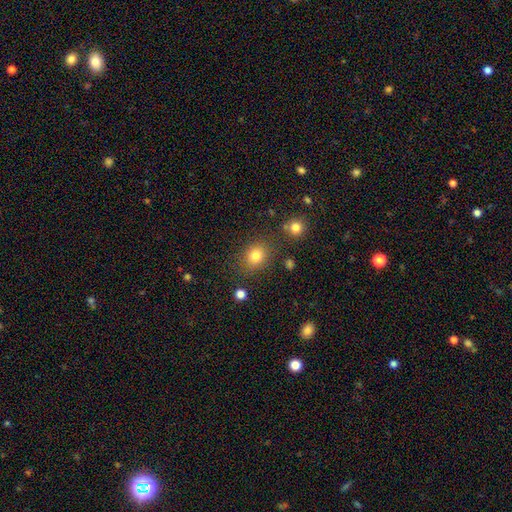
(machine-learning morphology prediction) smooth 81%, star or artifact 13%, featured or disk 7%. Down the decision tree: how rounded — round (62%); merging — none (80%).